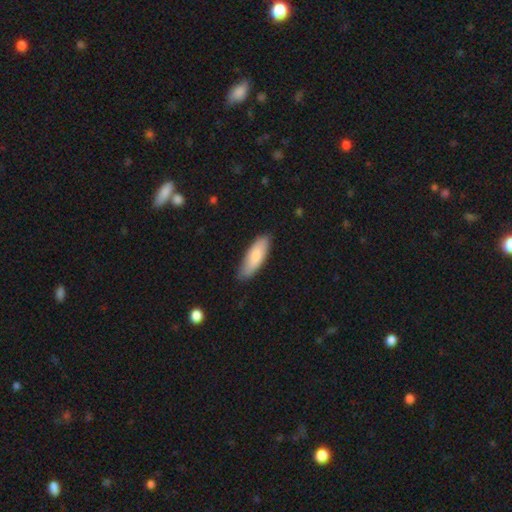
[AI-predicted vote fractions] This appears to be a smooth galaxy with no disk features (82%) that is in between round and cigar-shaped (64%). Merging: none (81%).